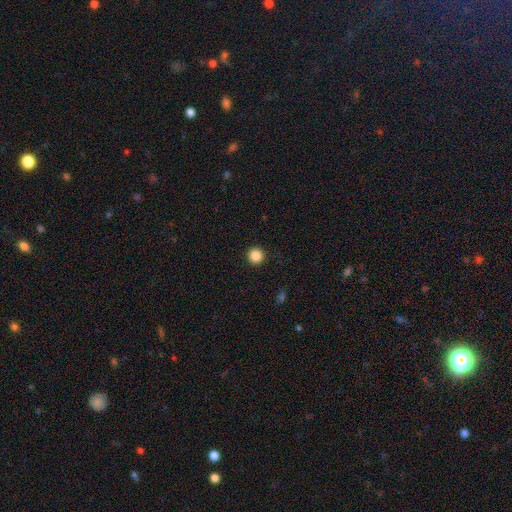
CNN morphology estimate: This is clearly a smooth galaxy (86%). How rounded: clearly round (96%). Merging: clearly none (93%).